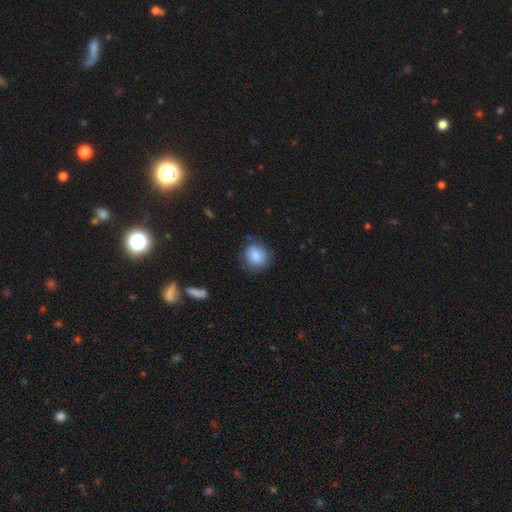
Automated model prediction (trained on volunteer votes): smooth-or-featured: smooth: 83% | featured or disk: 9% | star or artifact: 7%
  how-rounded: round: 79% | in between: 20% | cigar-shaped: 1%
  merging: none: 74% | minor disturbance: 19% | major disturbance: 5% | merger: 2%